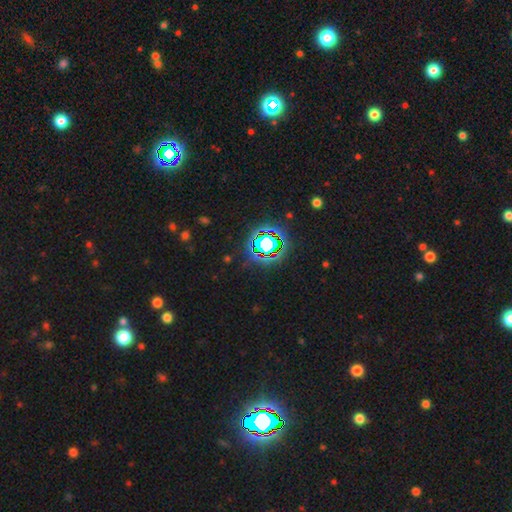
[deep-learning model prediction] star or artifact 80%, smooth 12%, featured or disk 8%.